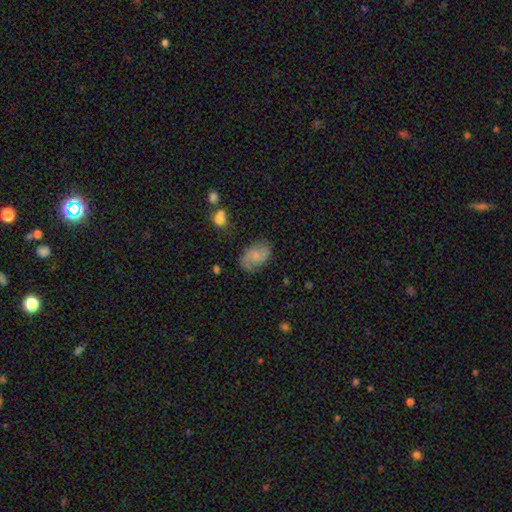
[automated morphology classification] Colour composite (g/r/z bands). It shows a smooth galaxy with no disk features (49%). Merging: none (73%).